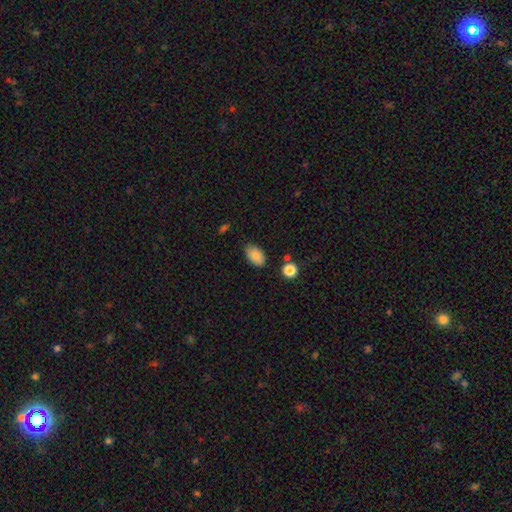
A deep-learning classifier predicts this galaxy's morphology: smooth 83%, featured or disk 9%, star or artifact 8%. Down the decision tree: how rounded — in between (91%); merging — none (81%).